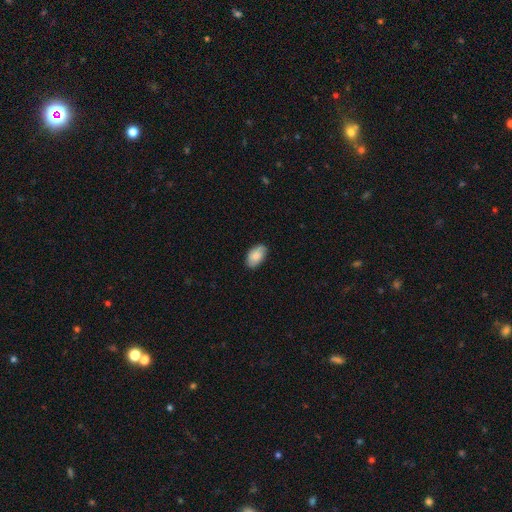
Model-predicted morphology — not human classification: Overall: smooth (86%). How rounded: in between (94%). Merging: none (85%).